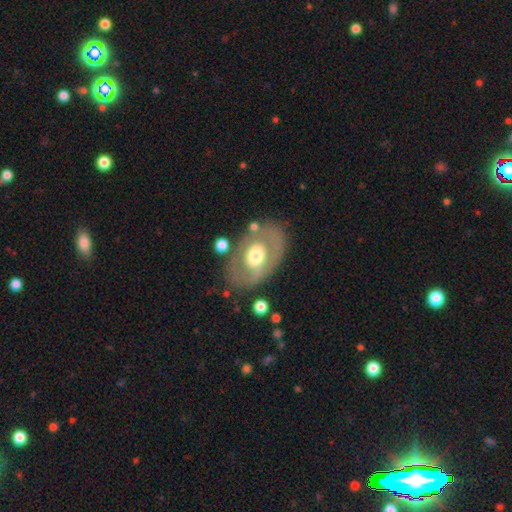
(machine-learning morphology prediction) Q: Smooth or featured?
A: featured or disk (53%); runner-up: smooth (41%)
Q: Edge-on disk?
A: no (90%); runner-up: yes (10%)
Q: Merging?
A: none (73%); runner-up: minor disturbance (15%)